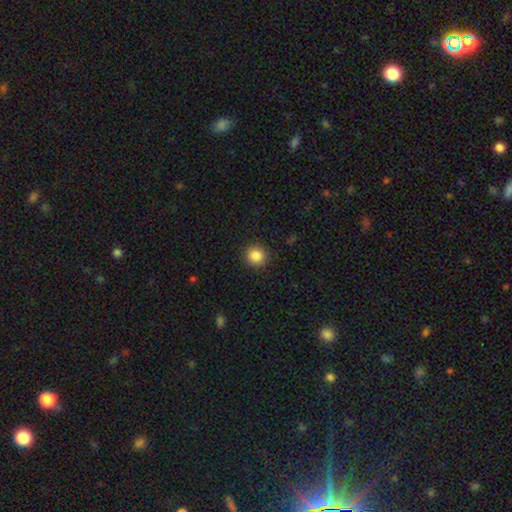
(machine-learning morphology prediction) Smooth or featured? smooth (86%)
How rounded? round (93%)
Merging? none (92%)